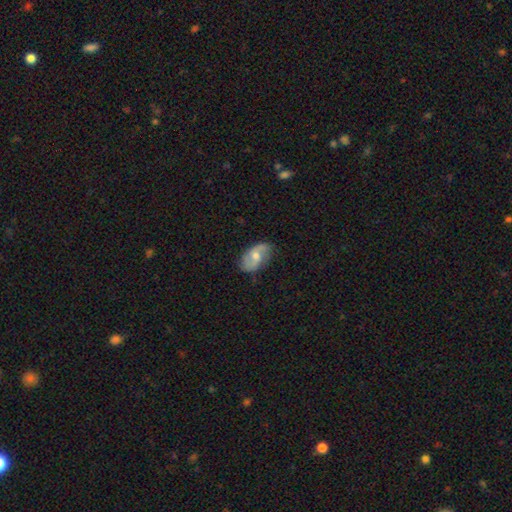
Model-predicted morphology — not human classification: The model was most divided on "bar": no: 54%, weak: 38%, strong: 8%. More confident: edge-on disk — no (95%); spiral arms — yes (84%); merging — none (74%); bulge size — moderate (66%); smooth or featured — featured or disk (61%).